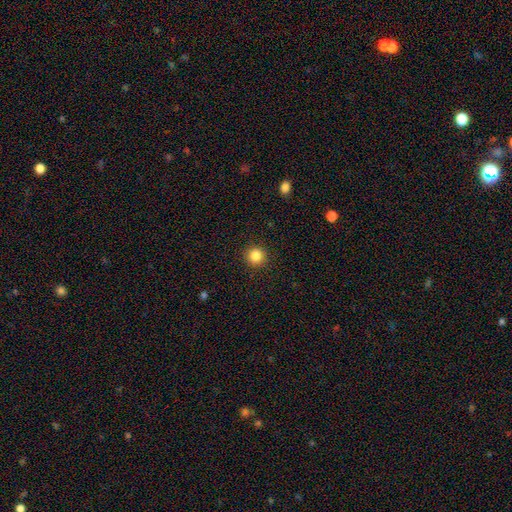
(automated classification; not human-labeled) smooth-or-featured: smooth: 84% | star or artifact: 11% | featured or disk: 4%
  how-rounded: round: 95% | in between: 4% | cigar-shaped: 1%
  merging: none: 93% | minor disturbance: 5% | major disturbance: 2% | merger: 1%